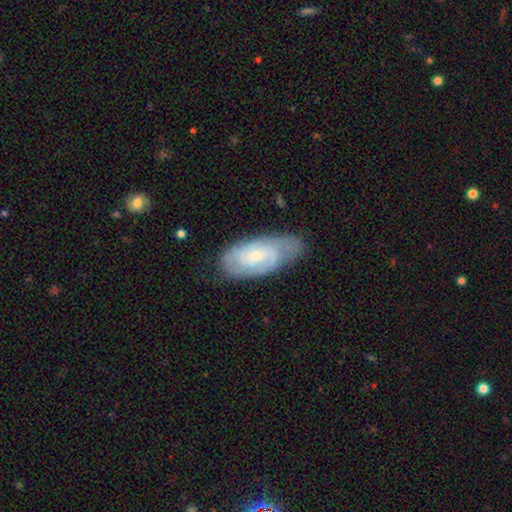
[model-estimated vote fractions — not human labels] A featured or disk galaxy (63%) with no bar (57%), 2 (42%) tight (51%) spiral arms (88%) and a small central bulge (64%).

Vote fractions:
- Smooth or featured? featured or disk: 63% / smooth: 31% / star or artifact: 6%
- Edge-on disk? no: 94% / yes: 6%
- Bar? no: 57% / weak: 37% / strong: 7%
- Spiral arms? yes: 88% / no: 12%
- Spiral winding? tight: 51% / medium: 37% / loose: 12%
- Spiral arm count? 2: 42% / can't tell: 37% / 3: 11% / 1: 5% / 4: 3% / more than 4: 2%
- Bulge size? small: 64% / moderate: 30% / none: 3% / large: 2% / dominant: 1%
- Merging? none: 63% / minor disturbance: 28% / major disturbance: 7% / merger: 2%